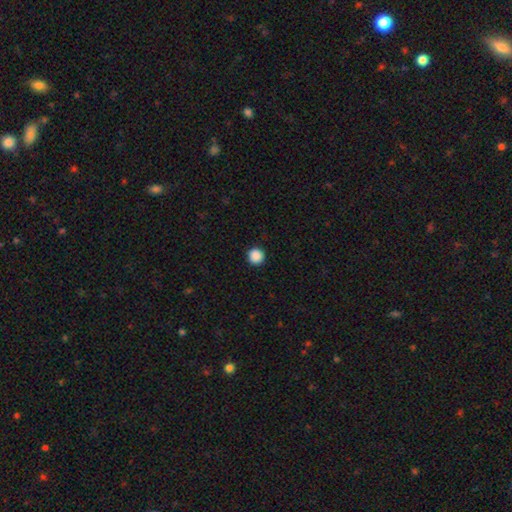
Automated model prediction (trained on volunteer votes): Smooth or featured? Predicted: smooth (p=0.89). How rounded? Predicted: round (p=0.94). Merging? Predicted: none (p=0.92).